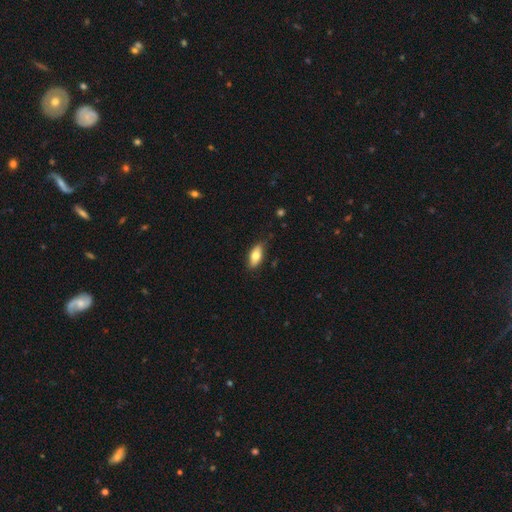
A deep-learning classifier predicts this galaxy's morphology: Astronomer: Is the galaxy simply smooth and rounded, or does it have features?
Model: smooth — 75%.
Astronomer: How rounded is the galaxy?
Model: in between — 84%.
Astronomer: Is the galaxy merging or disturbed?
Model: none — 81%.